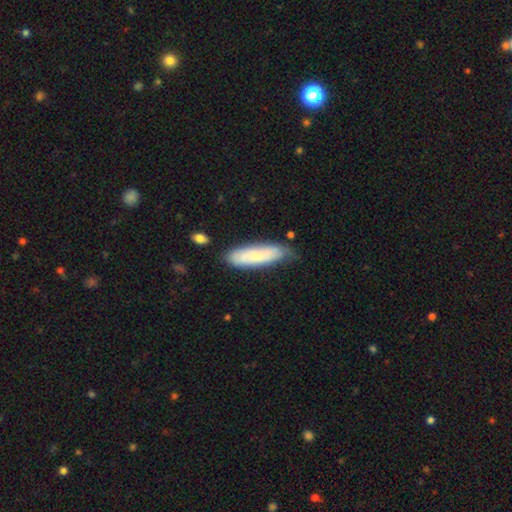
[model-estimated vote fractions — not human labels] Smooth or featured? smooth (73%)
How rounded? cigar-shaped (59%)
Merging? none (67%)